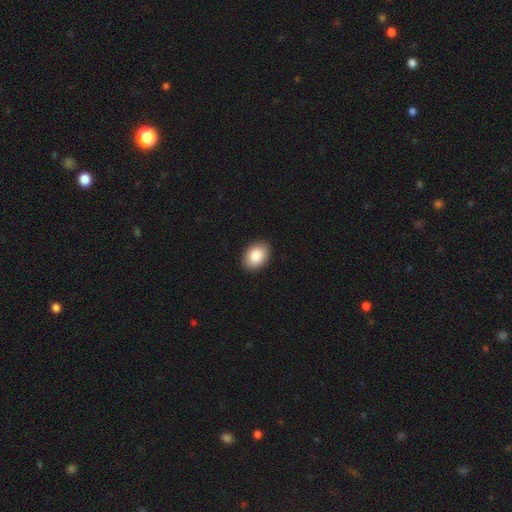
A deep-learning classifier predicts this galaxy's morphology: This is clearly a smooth galaxy (88%). How rounded: likely in between (79%). Merging: clearly none (91%).